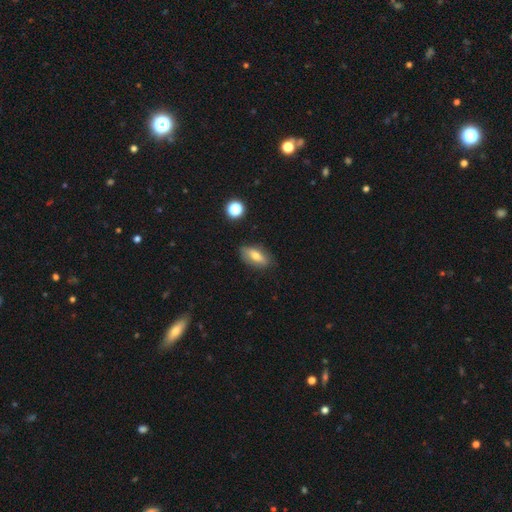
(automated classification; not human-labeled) smooth 64%, featured or disk 27%, star or artifact 8%. Down the decision tree: how rounded — in between (80%); merging — none (80%).